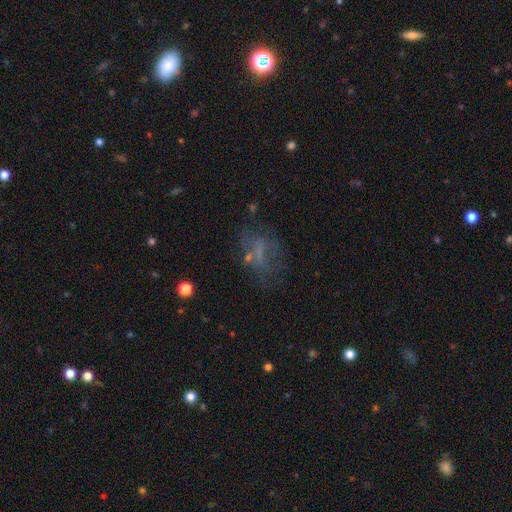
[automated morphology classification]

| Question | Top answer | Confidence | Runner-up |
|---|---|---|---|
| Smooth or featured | featured or disk | 38% | smooth (36%) |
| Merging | none | 51% | major disturbance (25%) |